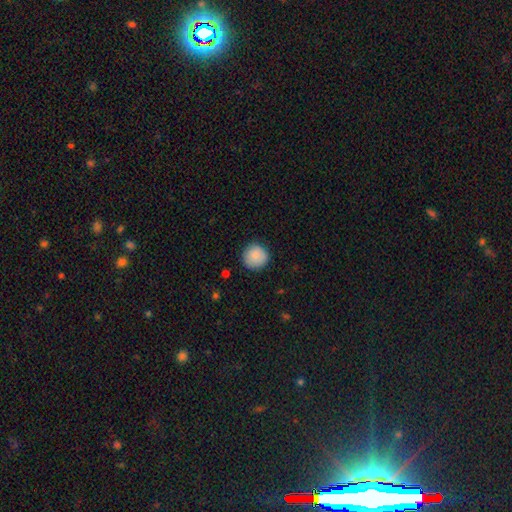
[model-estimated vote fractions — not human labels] A smooth galaxy with no disk features (88%) that is round (95%). Merging: none (89%).